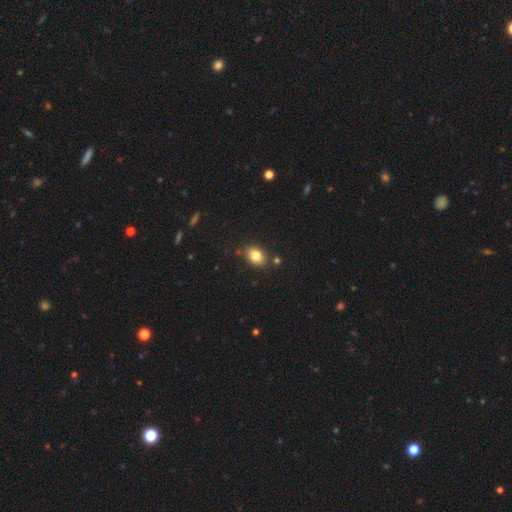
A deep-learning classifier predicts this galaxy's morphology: Smooth or featured?
  - smooth: 83% *
  - star or artifact: 9%
  - featured or disk: 8%
How rounded?
  - in between: 73% *
  - round: 26%
  - cigar-shaped: 1%
Merging?
  - none: 80% *
  - minor disturbance: 12%
  - merger: 5%
  - major disturbance: 3%